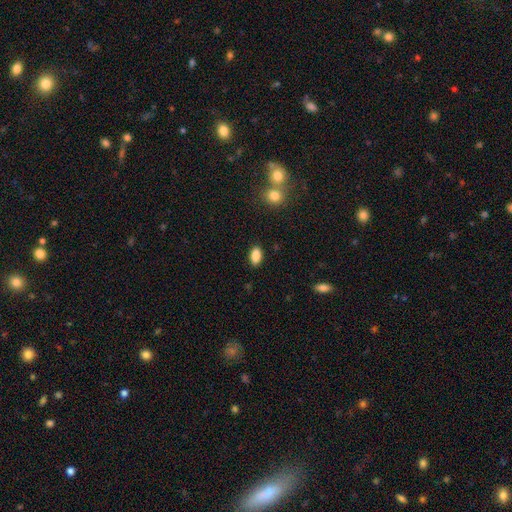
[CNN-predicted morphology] Q: Smooth or featured?
A: smooth (87%); runner-up: star or artifact (8%)
Q: How rounded?
A: in between (90%); runner-up: round (5%)
Q: Merging?
A: none (87%); runner-up: minor disturbance (9%)